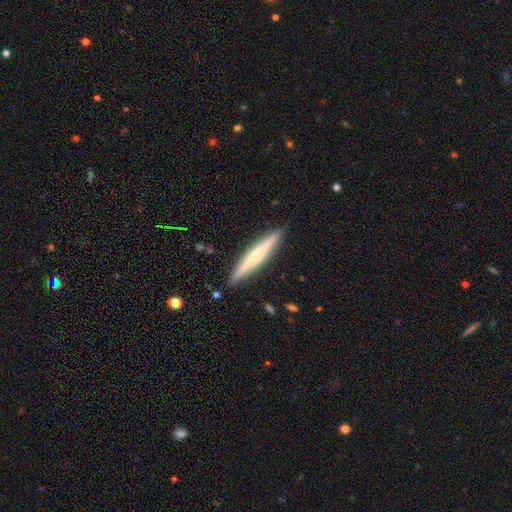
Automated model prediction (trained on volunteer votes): smooth 48%, featured or disk 46%, star or artifact 6%. Down the decision tree: merging — none (90%).